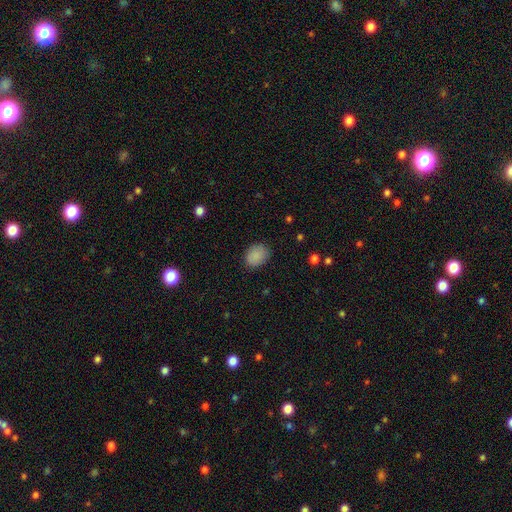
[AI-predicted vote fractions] smooth 87%, star or artifact 8%, featured or disk 5%. Down the decision tree: how rounded — in between (62%); merging — none (84%).